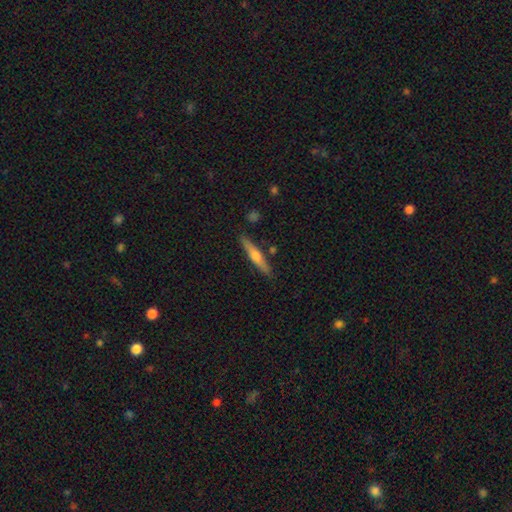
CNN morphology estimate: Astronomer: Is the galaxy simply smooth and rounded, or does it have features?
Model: featured or disk — 55% (runner-up: smooth, 39%).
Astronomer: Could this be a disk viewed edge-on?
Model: yes — 96%.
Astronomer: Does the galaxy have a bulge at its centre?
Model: rounded — 85%.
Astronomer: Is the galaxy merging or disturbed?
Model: none — 86%.